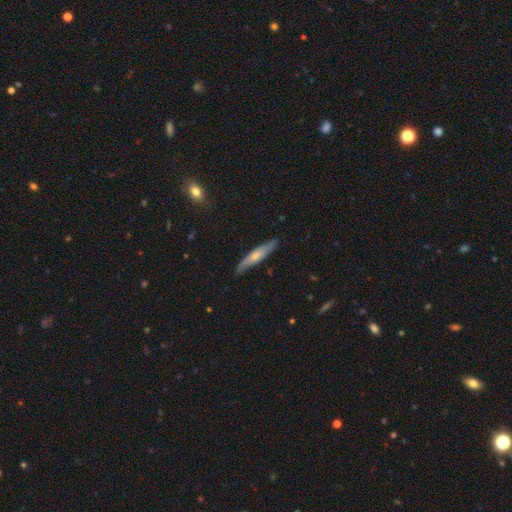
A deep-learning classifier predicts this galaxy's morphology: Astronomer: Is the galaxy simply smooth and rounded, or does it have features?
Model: featured or disk — 53% (runner-up: smooth, 42%).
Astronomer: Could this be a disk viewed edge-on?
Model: yes — 78%.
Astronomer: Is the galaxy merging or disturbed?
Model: none — 81%.